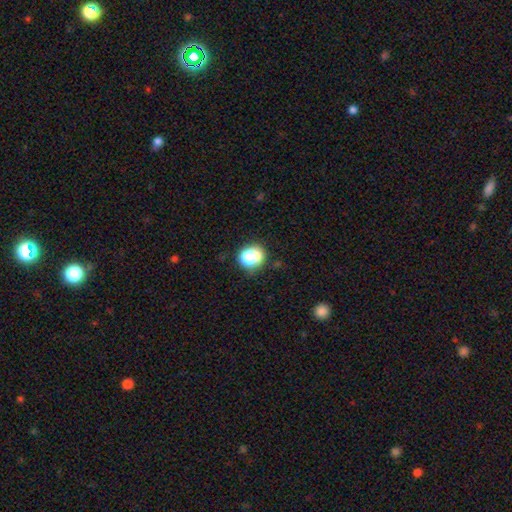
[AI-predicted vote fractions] Smooth or featured: smooth — 72% (featured or disk — 15%)
How rounded: round — 68% (in between — 31%)
Merging: none — 48% (merger — 26%)